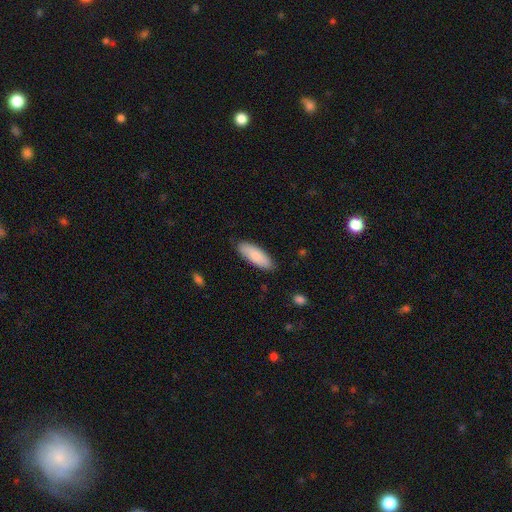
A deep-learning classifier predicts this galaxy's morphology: This is clearly a smooth galaxy (83%). How rounded: likely in between (65%). Merging: clearly none (85%).